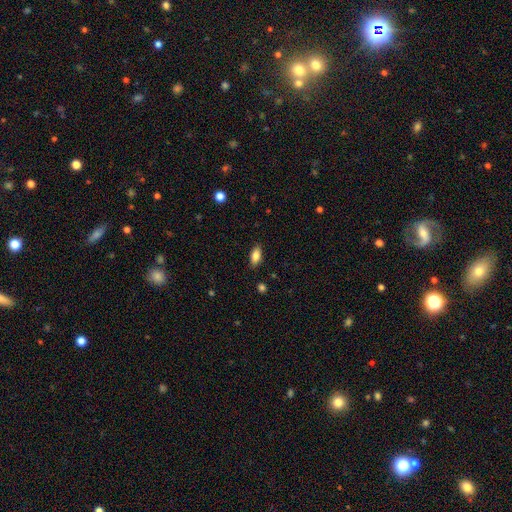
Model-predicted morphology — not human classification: smooth_or_featured: smooth (p=0.85) [alt: featured or disk p=0.08]
how_rounded: in between (p=0.87) [alt: cigar-shaped p=0.10]
merging: none (p=0.87) [alt: minor disturbance p=0.10]